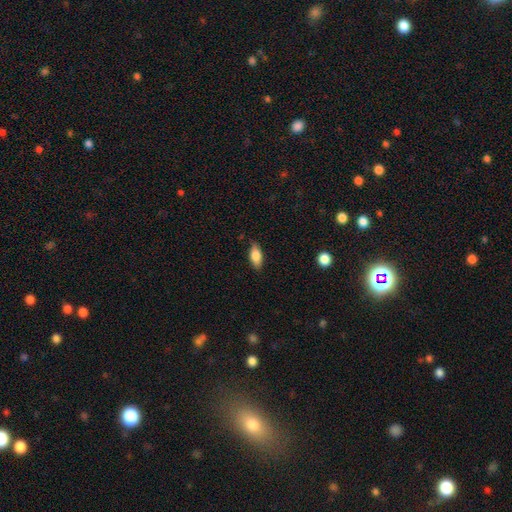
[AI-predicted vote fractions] Q: Smooth or featured?
A: smooth (80%); runner-up: featured or disk (13%)
Q: How rounded?
A: in between (84%); runner-up: cigar-shaped (13%)
Q: Merging?
A: none (83%); runner-up: minor disturbance (14%)